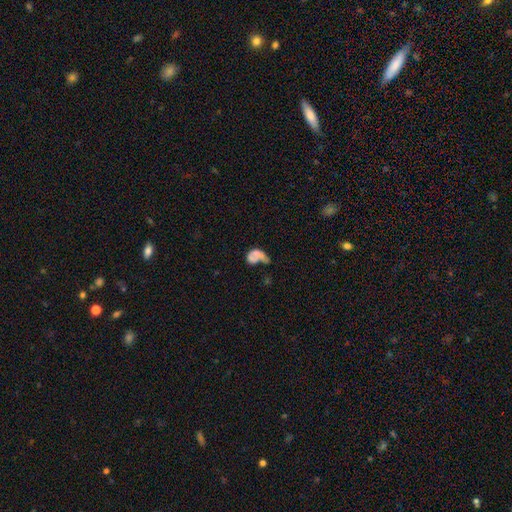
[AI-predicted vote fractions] smooth-or-featured: smooth: 51% | featured or disk: 36% | star or artifact: 13%
  how-rounded: in between: 79% | round: 19% | cigar-shaped: 3%
  merging: major disturbance: 34% | merger: 33% | none: 18% | minor disturbance: 15%